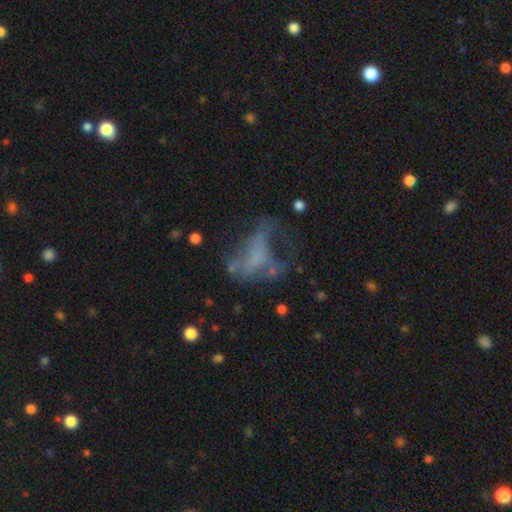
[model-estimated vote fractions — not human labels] This appears to be a featured or disk galaxy (50%). Merging: major disturbance (45%).